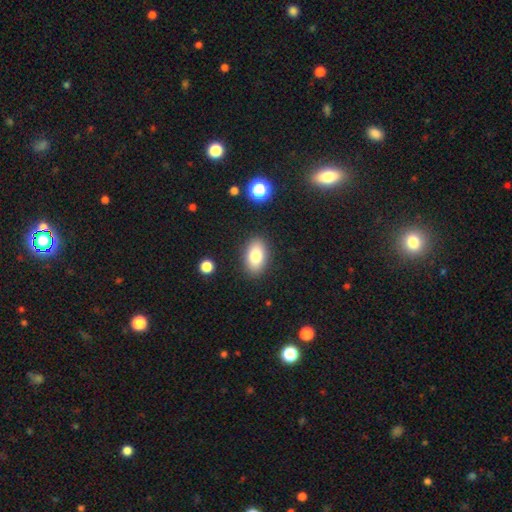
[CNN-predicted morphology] smooth-or-featured: smooth: 81% | featured or disk: 11% | star or artifact: 8%
  how-rounded: in between: 90% | round: 8% | cigar-shaped: 2%
  merging: none: 87% | minor disturbance: 9% | major disturbance: 3% | merger: 2%